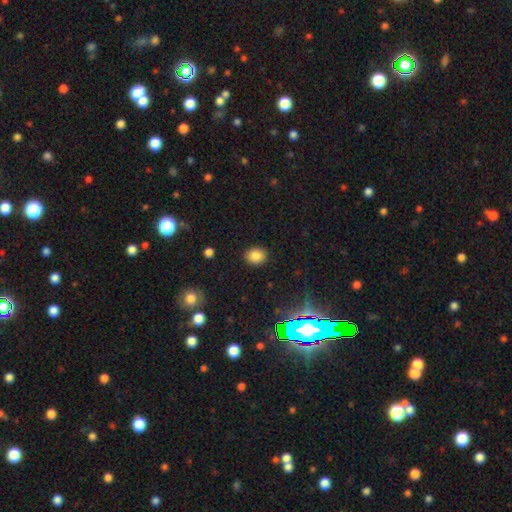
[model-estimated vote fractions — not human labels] smooth 83%, star or artifact 12%, featured or disk 5%. Down the decision tree: how rounded — round (62%); merging — none (89%).